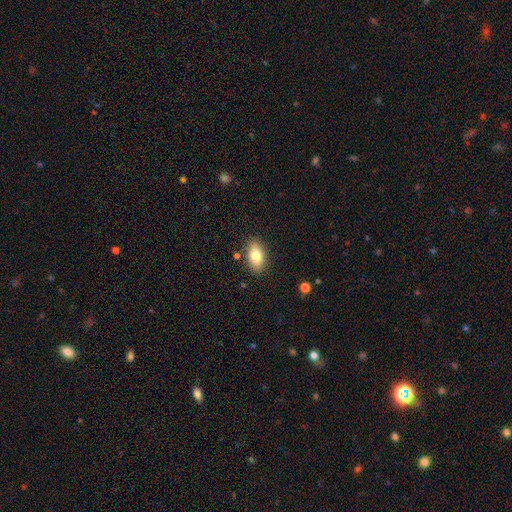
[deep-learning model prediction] Smooth or featured? Predicted: smooth (p=0.79). How rounded? Predicted: in between (p=0.90). Merging? Predicted: none (p=0.85).